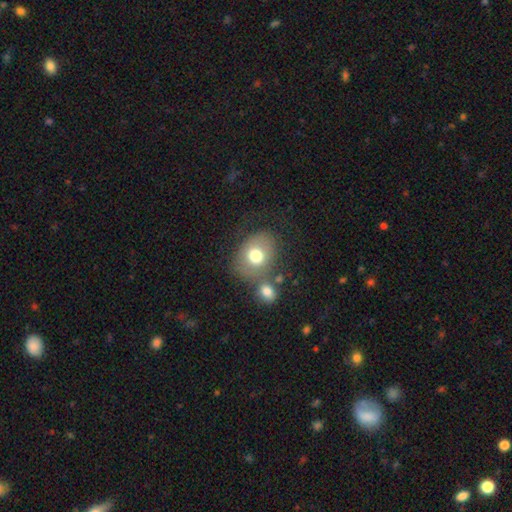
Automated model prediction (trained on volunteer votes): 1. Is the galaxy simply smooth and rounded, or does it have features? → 72% smooth, 19% featured or disk, 9% star or artifact.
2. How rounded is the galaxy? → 56% round, 43% in between, 1% cigar-shaped.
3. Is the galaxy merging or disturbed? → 43% none, 31% merger, 17% minor disturbance, 10% major disturbance.